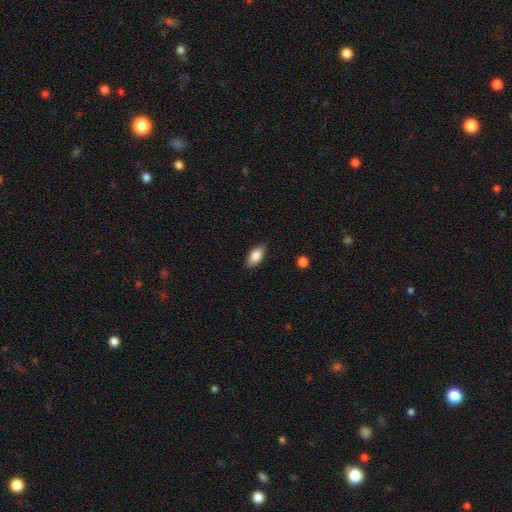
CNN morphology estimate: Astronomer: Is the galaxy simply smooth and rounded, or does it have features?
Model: smooth — 84%.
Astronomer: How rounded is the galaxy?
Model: in between — 90%.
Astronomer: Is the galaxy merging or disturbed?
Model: none — 86%.